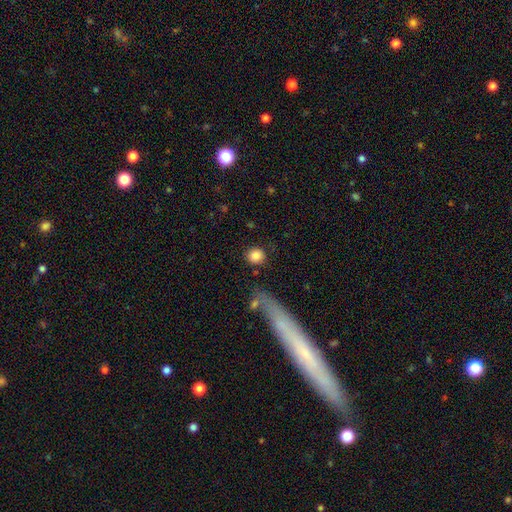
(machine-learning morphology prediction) Smooth or featured? smooth (85%)
How rounded? round (87%)
Merging? none (83%)